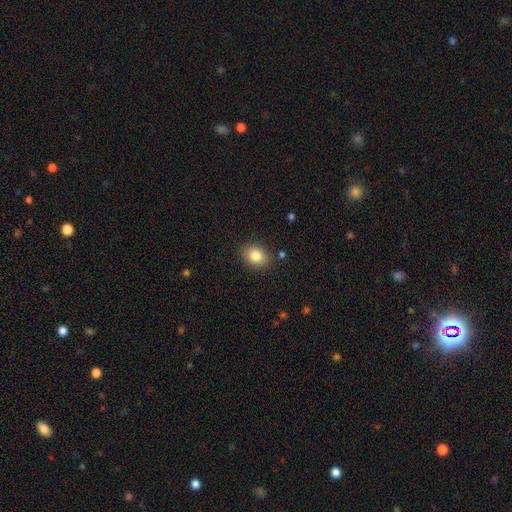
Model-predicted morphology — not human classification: This is clearly a smooth galaxy (83%). How rounded: likely in between (67%). Merging: clearly none (86%).